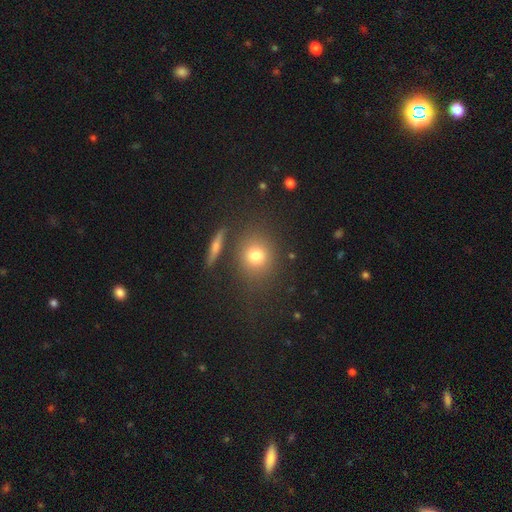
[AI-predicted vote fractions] Smooth or featured?
  - smooth: 76% *
  - star or artifact: 13%
  - featured or disk: 11%
How rounded?
  - round: 79% *
  - in between: 19%
  - cigar-shaped: 2%
Merging?
  - none: 80% *
  - minor disturbance: 10%
  - merger: 7%
  - major disturbance: 4%